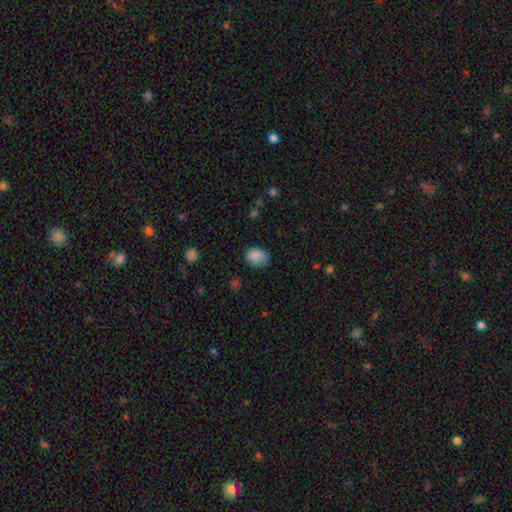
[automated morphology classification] Q: Smooth or featured?
A: smooth (87%); runner-up: star or artifact (9%)
Q: How rounded?
A: in between (61%); runner-up: round (38%)
Q: Merging?
A: none (76%); runner-up: minor disturbance (19%)